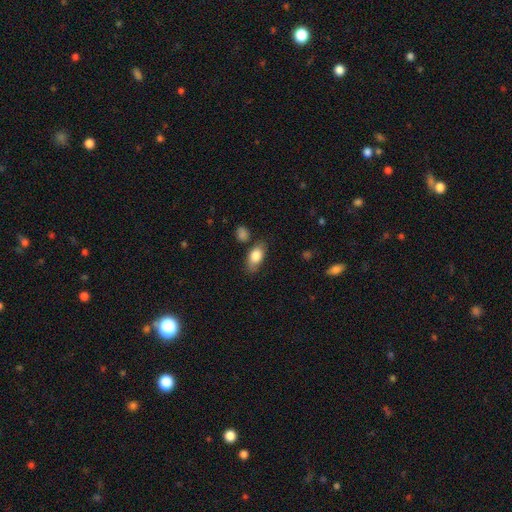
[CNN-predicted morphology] A smooth galaxy with no disk features (81%) that is in between round and cigar-shaped (87%).

Vote fractions:
- Smooth or featured? smooth: 81% / featured or disk: 12% / star or artifact: 7%
- How rounded? in between: 87% / cigar-shaped: 7% / round: 6%
- Merging? none: 73% / minor disturbance: 18% / merger: 5% / major disturbance: 4%